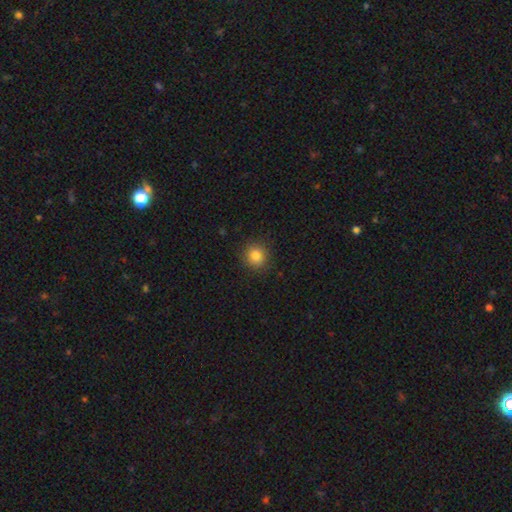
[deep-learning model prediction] Smooth or featured? smooth (84%)
How rounded? round (91%)
Merging? none (90%)